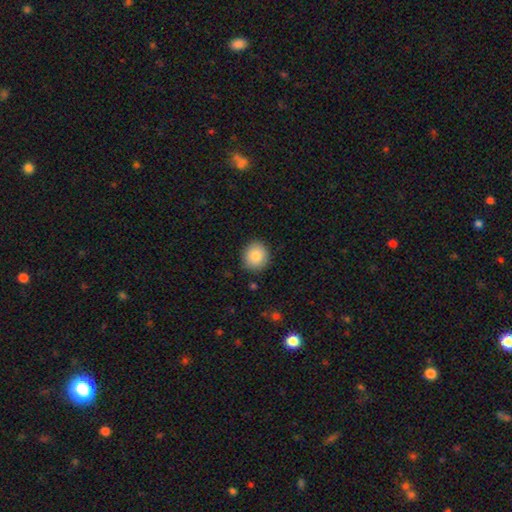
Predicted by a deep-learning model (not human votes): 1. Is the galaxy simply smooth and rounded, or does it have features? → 86% smooth, 8% star or artifact, 7% featured or disk.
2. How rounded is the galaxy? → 85% round, 14% in between, 1% cigar-shaped.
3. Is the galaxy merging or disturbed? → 88% none, 9% minor disturbance, 2% major disturbance, 1% merger.